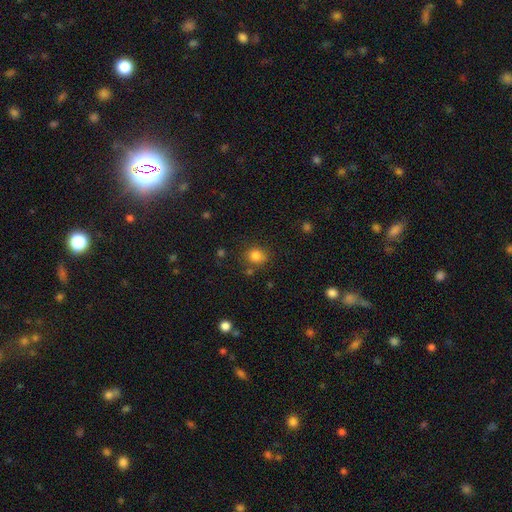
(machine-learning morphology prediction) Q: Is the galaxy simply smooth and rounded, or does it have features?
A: smooth — 82%.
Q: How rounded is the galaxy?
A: round — 74%.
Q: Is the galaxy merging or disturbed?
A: none — 76%.